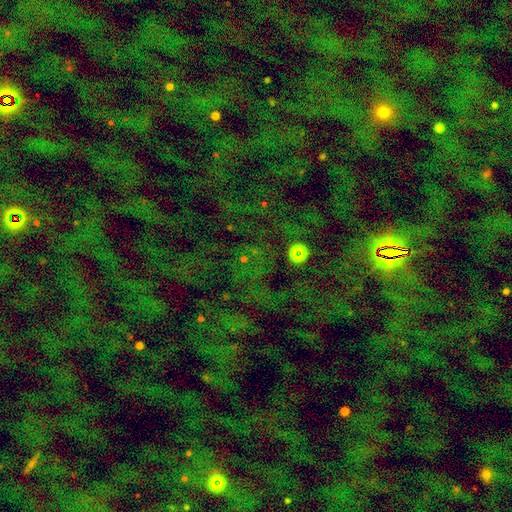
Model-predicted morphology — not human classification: Smooth or featured? star or artifact (74%)